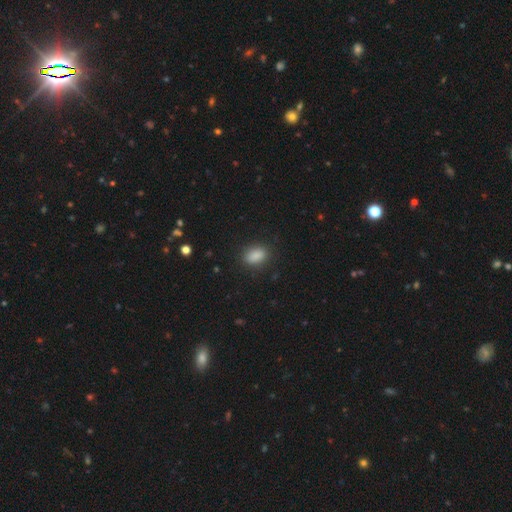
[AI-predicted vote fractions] Smooth or featured? Predicted: smooth (p=0.88). How rounded? Predicted: in between (p=0.86). Merging? Predicted: none (p=0.86).